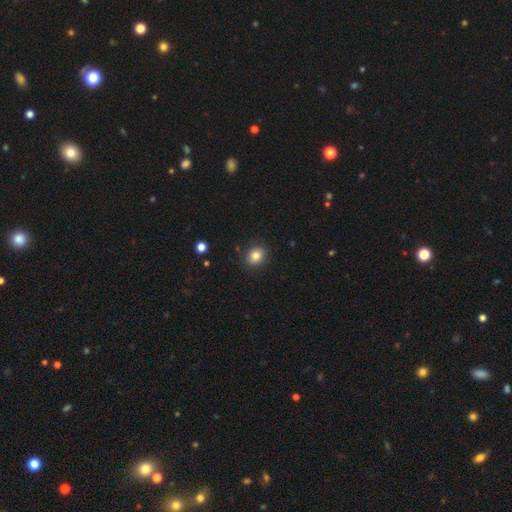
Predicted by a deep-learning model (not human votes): This appears to be a smooth galaxy with no disk features (83%) that is round (66%). Merging: none (87%).